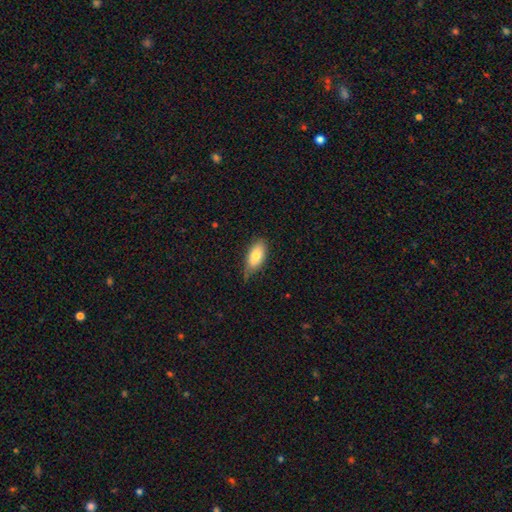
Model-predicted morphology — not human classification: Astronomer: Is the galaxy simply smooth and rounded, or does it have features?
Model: smooth — 79%.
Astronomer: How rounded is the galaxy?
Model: in between — 89%.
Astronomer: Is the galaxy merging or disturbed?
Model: none — 62%.